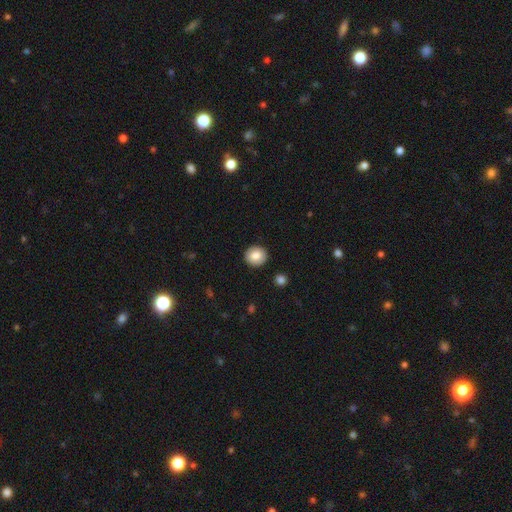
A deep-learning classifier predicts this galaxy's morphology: smooth 82%, featured or disk 10%, star or artifact 8%. Down the decision tree: how rounded — round (92%); merging — none (92%).